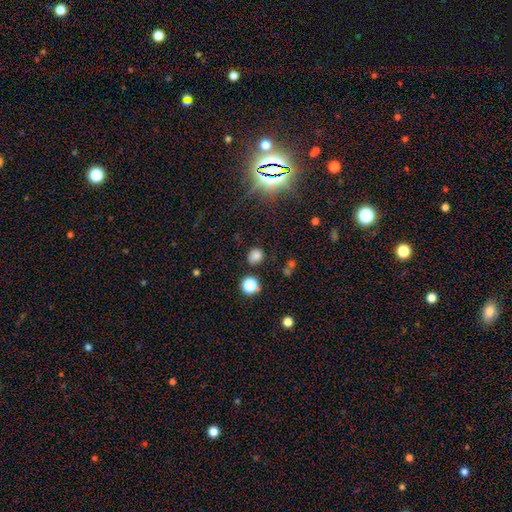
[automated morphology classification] Overall: smooth (75%). How rounded: round (76%). Merging: none (80%).